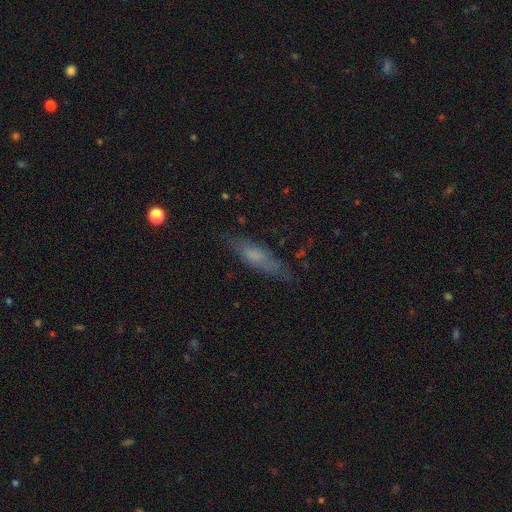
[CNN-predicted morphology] The model was most divided on "smooth or featured": smooth: 55%, featured or disk: 35%, star or artifact: 10%. More confident: merging — none (75%); how rounded — cigar-shaped (71%).